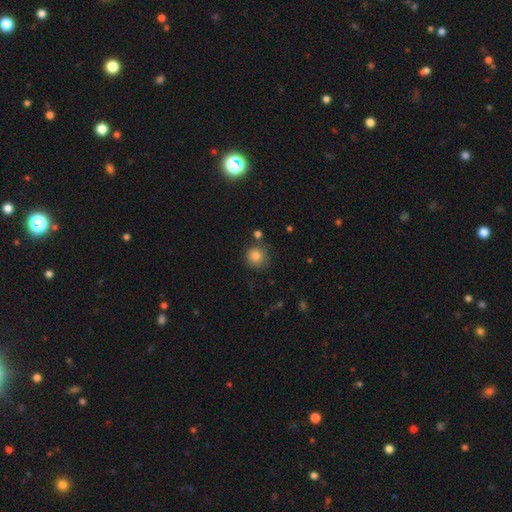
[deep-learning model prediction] Q: Smooth or featured?
A: smooth (82%); runner-up: star or artifact (11%)
Q: How rounded?
A: round (91%); runner-up: in between (8%)
Q: Merging?
A: none (71%); runner-up: minor disturbance (17%)